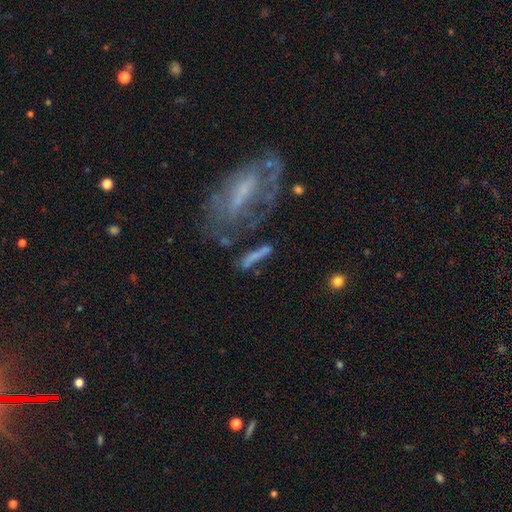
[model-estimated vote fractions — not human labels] The model was most divided on "smooth or featured": smooth: 47%, featured or disk: 39%, star or artifact: 13%. More confident: merging — none (51%).